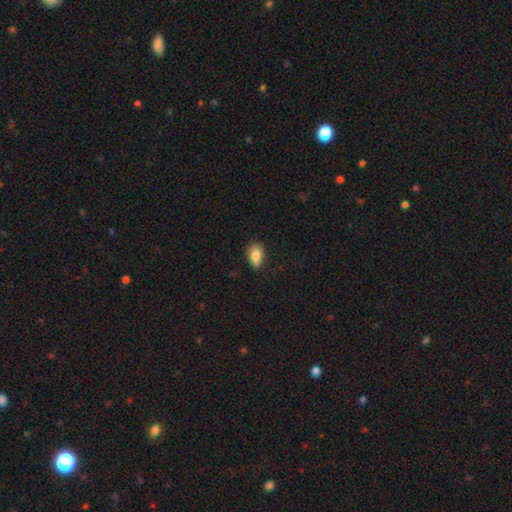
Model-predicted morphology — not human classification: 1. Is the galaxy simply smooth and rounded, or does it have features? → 85% smooth, 8% star or artifact, 7% featured or disk.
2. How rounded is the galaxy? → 87% in between, 11% round, 2% cigar-shaped.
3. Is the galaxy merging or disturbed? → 84% none, 13% minor disturbance, 2% major disturbance, 1% merger.